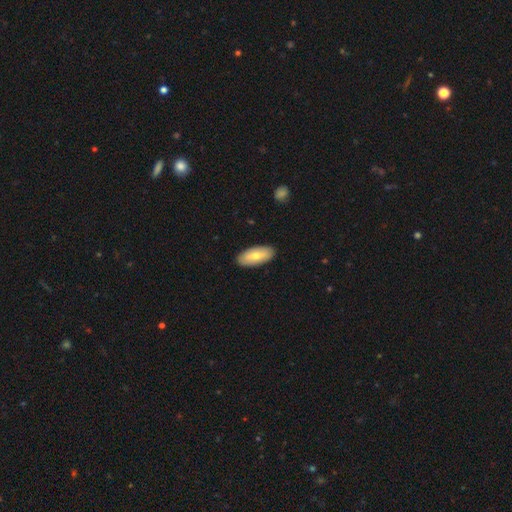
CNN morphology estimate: Smooth or featured: smooth — 69% (featured or disk — 26%)
How rounded: in between — 88% (cigar-shaped — 10%)
Merging: none — 90% (minor disturbance — 7%)